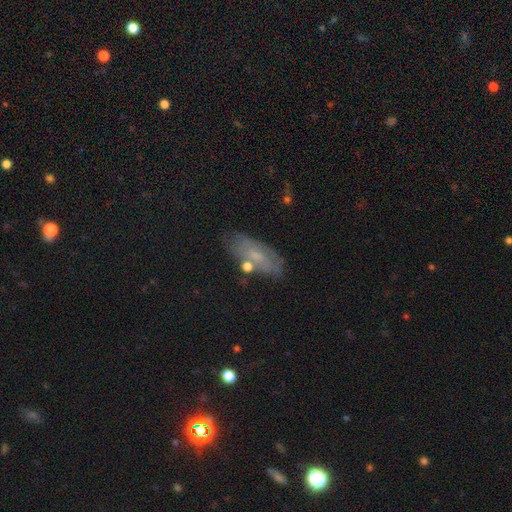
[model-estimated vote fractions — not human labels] smooth_or_featured: smooth (p=0.46) [alt: featured or disk p=0.39]
merging: none (p=0.72) [alt: minor disturbance p=0.18]